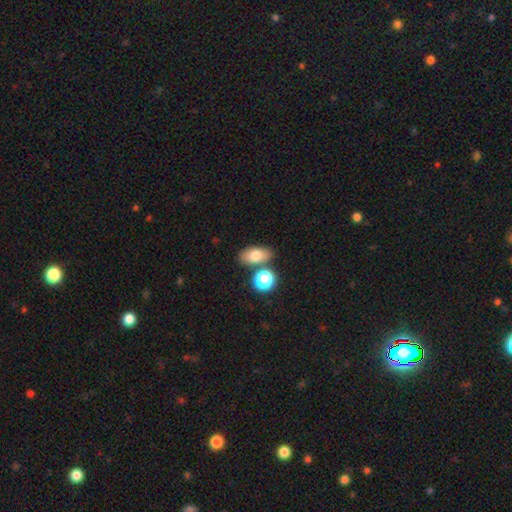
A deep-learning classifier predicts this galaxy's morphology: This appears to be a smooth galaxy with no disk features (76%) that is in between round and cigar-shaped (85%). Merging: none (72%).